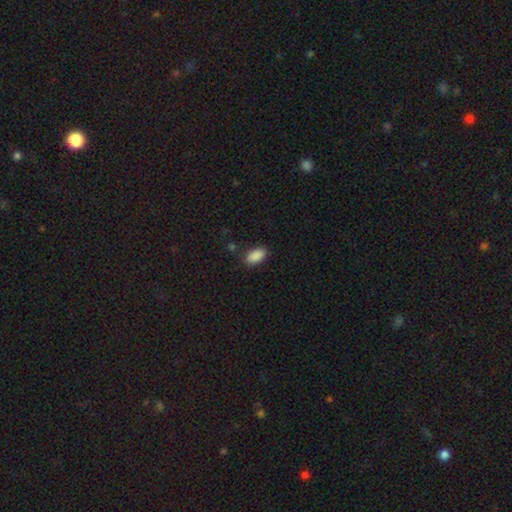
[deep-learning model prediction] A smooth galaxy with no disk features (90%) that is in between round and cigar-shaped (93%).

Vote fractions:
- Smooth or featured? smooth: 90% / star or artifact: 7% / featured or disk: 3%
- How rounded? in between: 93% / round: 3% / cigar-shaped: 3%
- Merging? none: 84% / minor disturbance: 12% / major disturbance: 3% / merger: 2%